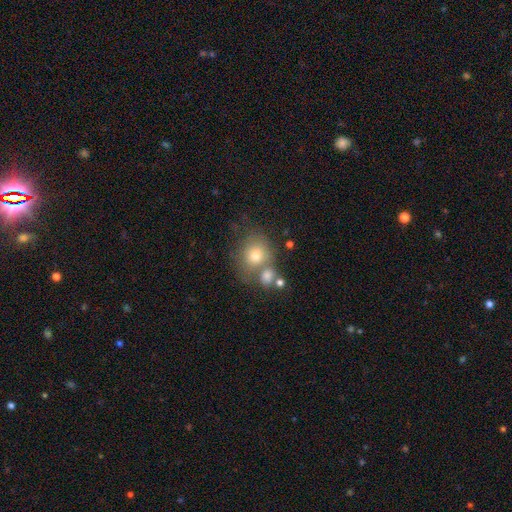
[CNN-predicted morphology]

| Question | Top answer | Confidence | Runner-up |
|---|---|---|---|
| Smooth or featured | smooth | 74% | featured or disk (14%) |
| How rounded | round | 73% | in between (26%) |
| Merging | none | 49% | merger (32%) |